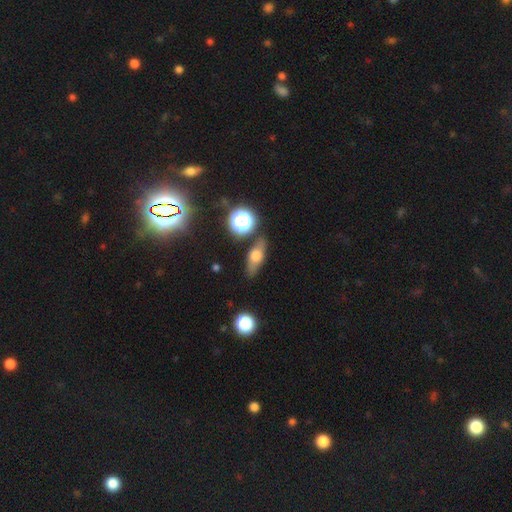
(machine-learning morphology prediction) smooth-or-featured: smooth: 49% | featured or disk: 39% | star or artifact: 12%
  merging: none: 78% | minor disturbance: 14% | merger: 4% | major disturbance: 4%